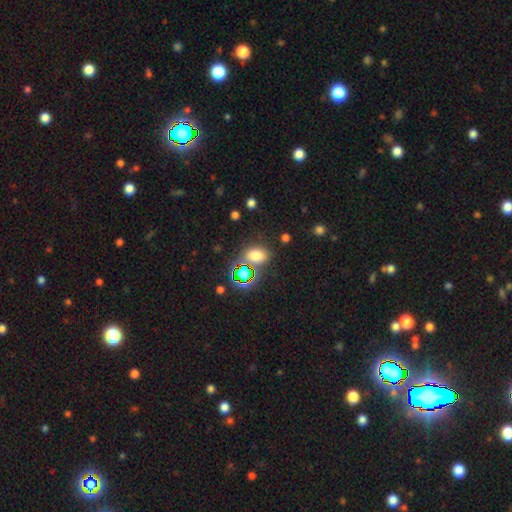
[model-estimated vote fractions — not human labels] smooth-or-featured: smooth: 66% | star or artifact: 27% | featured or disk: 7%
  how-rounded: in between: 69% | round: 29% | cigar-shaped: 2%
  merging: none: 73% | minor disturbance: 14% | merger: 8% | major disturbance: 5%